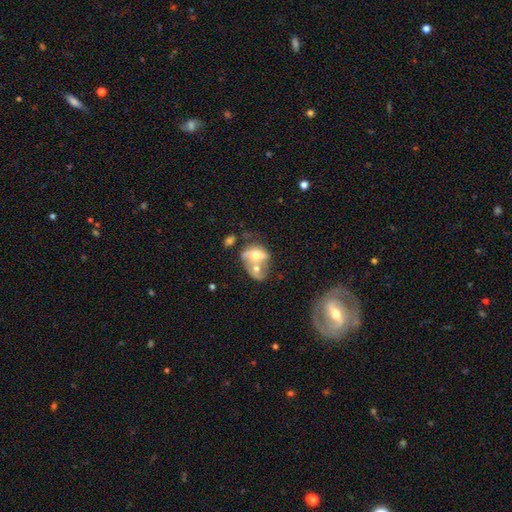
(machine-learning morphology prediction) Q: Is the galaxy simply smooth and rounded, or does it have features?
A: smooth — 48%.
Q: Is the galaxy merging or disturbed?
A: merger — 69%.